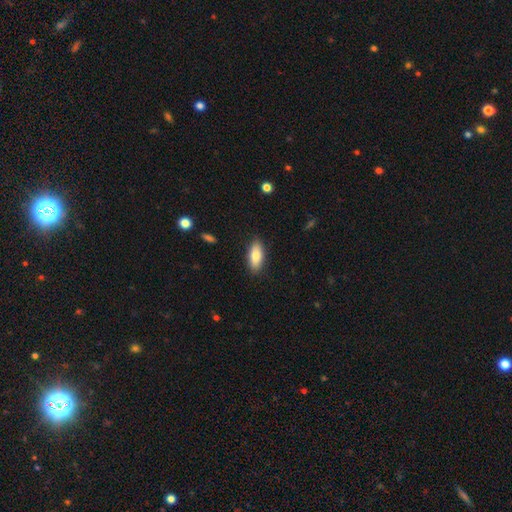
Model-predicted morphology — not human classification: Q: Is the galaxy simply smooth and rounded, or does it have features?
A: smooth — 81%.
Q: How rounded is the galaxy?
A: in between — 82%.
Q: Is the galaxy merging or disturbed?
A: none — 87%.